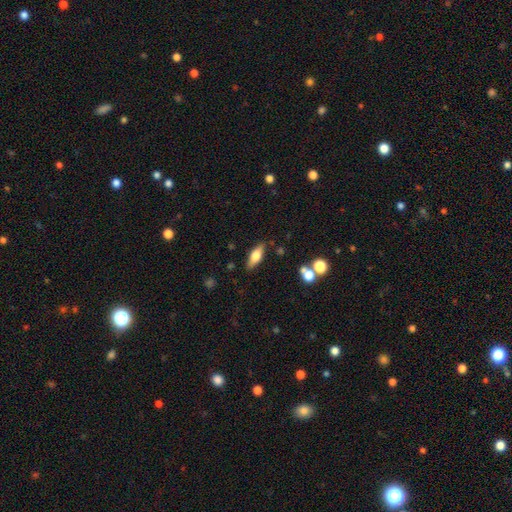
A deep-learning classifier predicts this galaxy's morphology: A smooth galaxy with no disk features (53%) that is in between round and cigar-shaped (64%). Merging: none (84%).